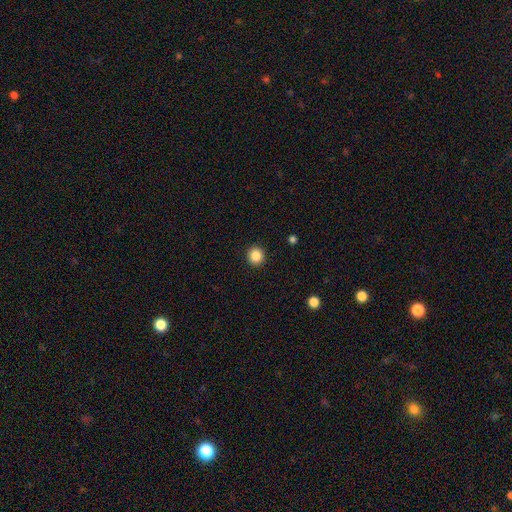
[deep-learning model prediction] smooth_or_featured: smooth (p=0.86) [alt: star or artifact p=0.10]
how_rounded: round (p=0.94) [alt: in between p=0.05]
merging: none (p=0.93) [alt: minor disturbance p=0.04]